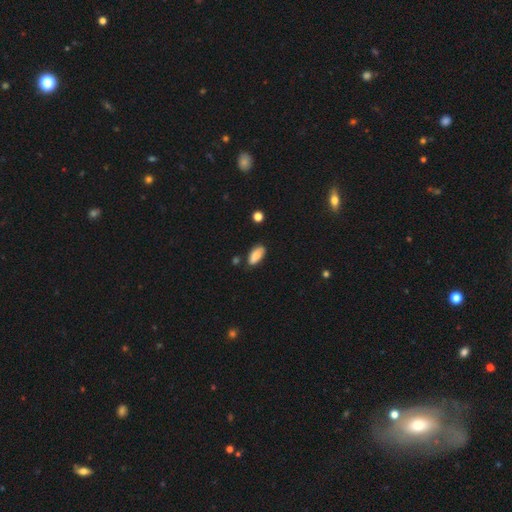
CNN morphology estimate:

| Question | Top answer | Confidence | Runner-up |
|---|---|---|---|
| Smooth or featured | smooth | 85% | featured or disk (8%) |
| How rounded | in between | 90% | cigar-shaped (8%) |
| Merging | none | 75% | minor disturbance (19%) |